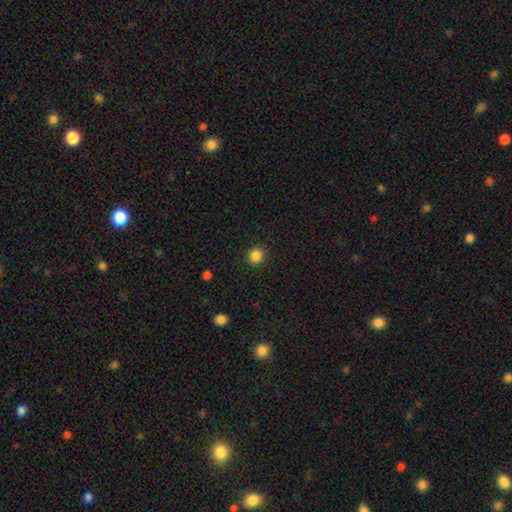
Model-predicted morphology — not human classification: type=smooth (85%); roundness=round (92%); merging=none (91%).